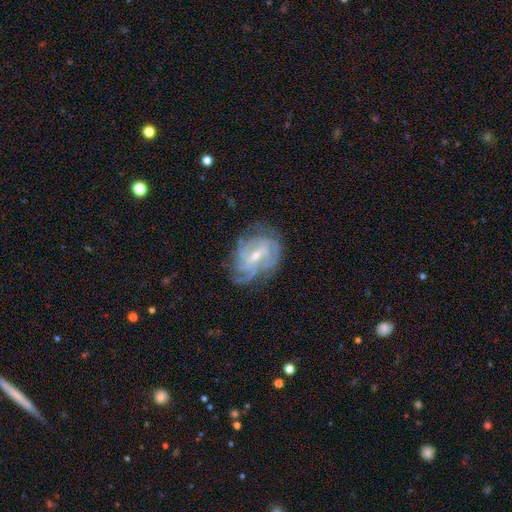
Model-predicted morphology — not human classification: Smooth or featured?
  - featured or disk: 84% *
  - smooth: 9%
  - star or artifact: 7%
Edge-on disk?
  - no: 97% *
  - yes: 3%
Bar?
  - weak: 52% *
  - no: 24%
  - strong: 24%
Spiral arms?
  - yes: 94% *
  - no: 6%
Spiral winding?
  - tight: 56% *
  - medium: 35%
  - loose: 10%
Spiral arm count?
  - can't tell: 31% *
  - 3: 23%
  - 4: 21%
  - 2: 14%
  - more than 4: 6%
  - 1: 5%
Bulge size?
  - small: 55% *
  - moderate: 41%
  - none: 2%
  - large: 1%
  - dominant: 1%
Merging?
  - none: 67% *
  - minor disturbance: 21%
  - major disturbance: 10%
  - merger: 2%